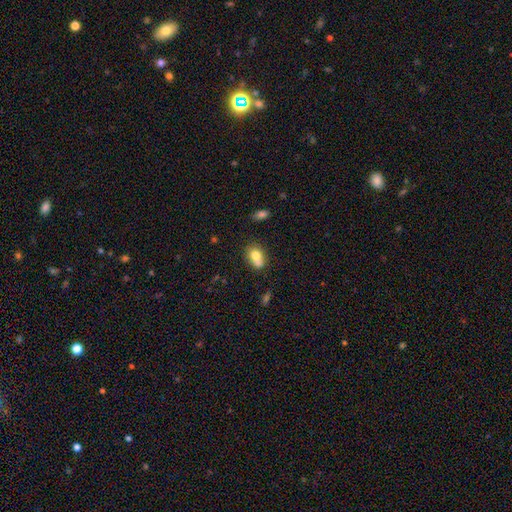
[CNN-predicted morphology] A smooth galaxy with no disk features (72%) that is in between round and cigar-shaped (60%).

Vote fractions:
- Smooth or featured? smooth: 72% / featured or disk: 19% / star or artifact: 10%
- How rounded? in between: 60% / round: 39% / cigar-shaped: 2%
- Merging? merger: 43% / none: 37% / minor disturbance: 15% / major disturbance: 5%